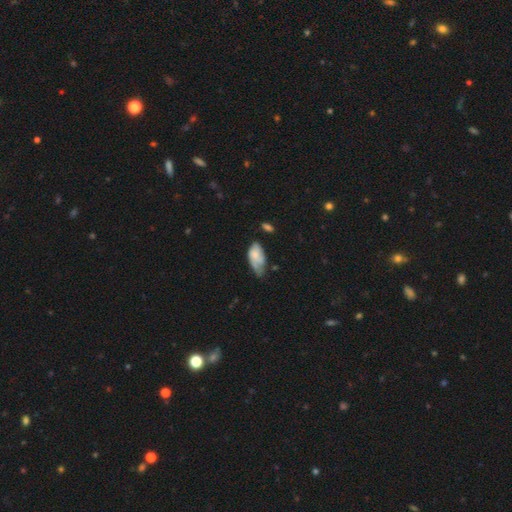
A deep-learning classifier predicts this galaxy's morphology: Q: Smooth or featured?
A: smooth (62%); runner-up: featured or disk (30%)
Q: How rounded?
A: in between (91%); runner-up: cigar-shaped (6%)
Q: Merging?
A: minor disturbance (42%); runner-up: none (31%)